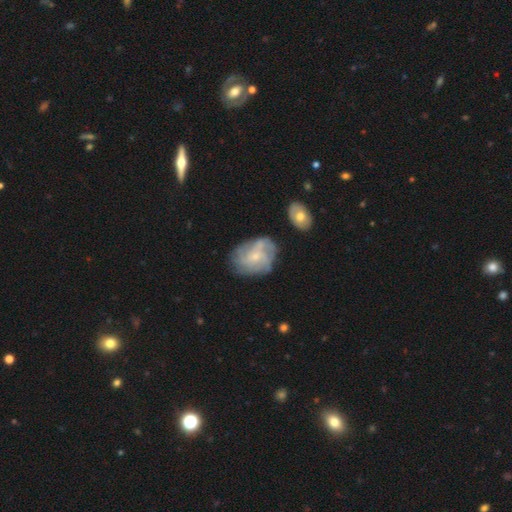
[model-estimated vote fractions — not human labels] smooth-or-featured: featured or disk: 67% | smooth: 25% | star or artifact: 8%
  disk-edge-on: no: 97% | yes: 3%
    bar: no: 71% | weak: 25% | strong: 3%
    has-spiral-arms: yes: 80% | no: 20%
      spiral-winding: tight: 41% | medium: 38% | loose: 21%
      spiral-arm-count: can't tell: 44% | 4: 20% | 3: 14% | 2: 9% | more than 4: 8% | 1: 5%
    bulge-size: small: 72% | moderate: 21% | none: 4% | large: 1% | dominant: 1%
  merging: none: 61% | minor disturbance: 23% | major disturbance: 11% | merger: 5%